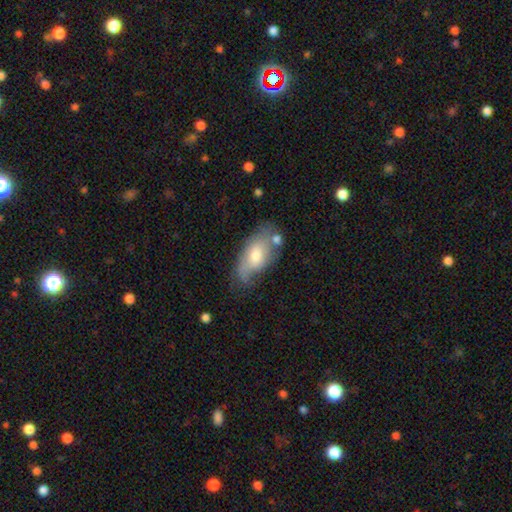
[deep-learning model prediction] A smooth galaxy with no disk features (58%) that is in between round and cigar-shaped (89%).

Vote fractions:
- Smooth or featured? smooth: 58% / featured or disk: 35% / star or artifact: 7%
- How rounded? in between: 89% / cigar-shaped: 6% / round: 5%
- Merging? none: 48% / minor disturbance: 29% / major disturbance: 12% / merger: 11%